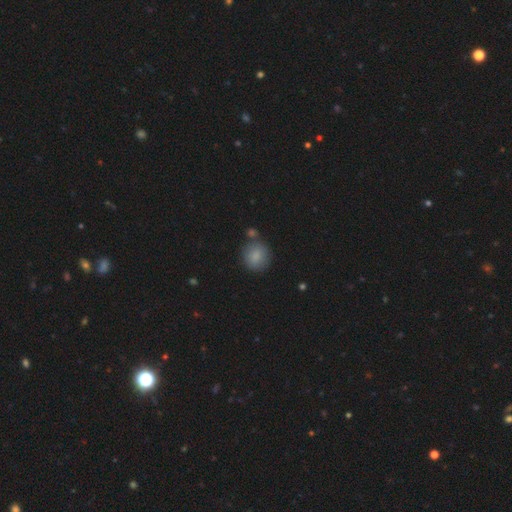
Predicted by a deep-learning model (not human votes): Smooth or featured? smooth (85%)
How rounded? round (81%)
Merging? none (71%)